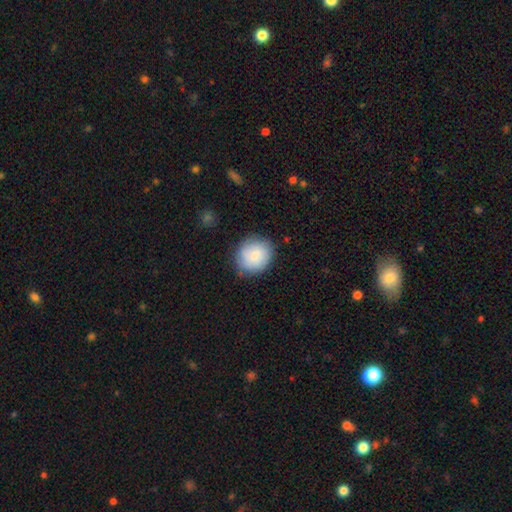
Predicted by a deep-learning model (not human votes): A smooth galaxy with no disk features (81%) that is round (79%). Merging: none (81%).